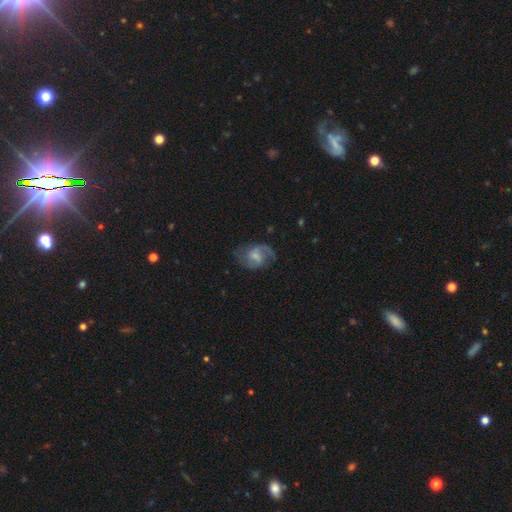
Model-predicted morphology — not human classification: Smooth or featured? featured or disk (68%)
Edge-on disk? no (97%)
Bar? weak (52%)
Spiral arms? yes (88%)
Spiral winding? medium (46%)
Spiral arm count? 2 (72%)
Bulge size? small (42%)
Merging? none (58%)